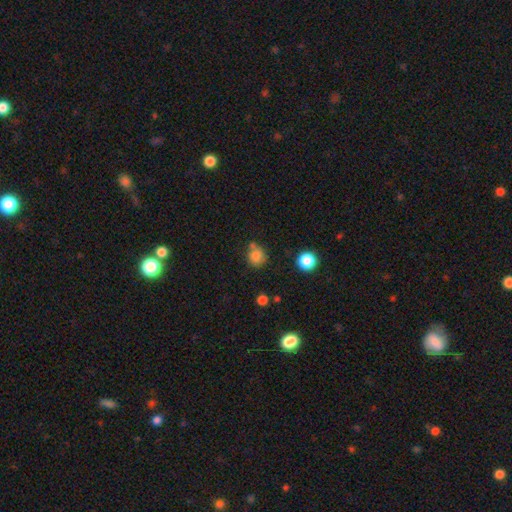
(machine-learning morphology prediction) smooth 80%, star or artifact 12%, featured or disk 7%. Down the decision tree: how rounded — round (84%); merging — none (62%).